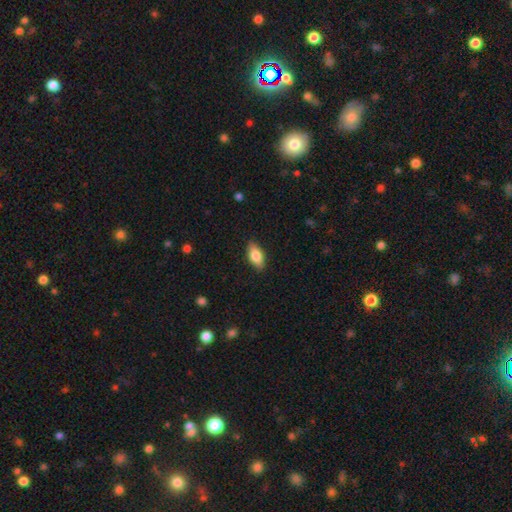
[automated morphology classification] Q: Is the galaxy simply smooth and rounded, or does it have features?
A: smooth — 78%.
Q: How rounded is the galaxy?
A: in between — 88%.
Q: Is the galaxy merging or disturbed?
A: none — 86%.